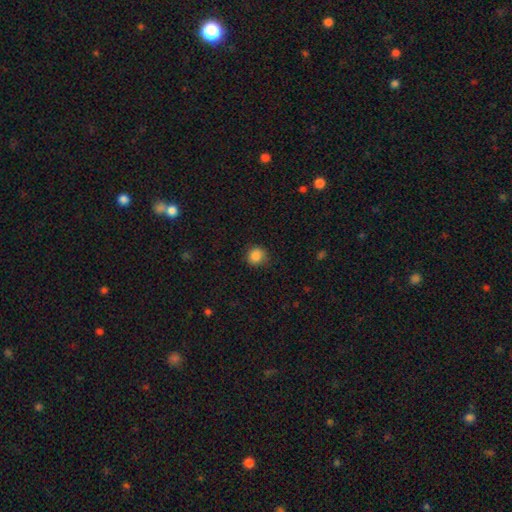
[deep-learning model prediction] Smooth or featured: smooth — 86% (star or artifact — 10%)
How rounded: round — 86% (in between — 13%)
Merging: none — 83% (minor disturbance — 13%)